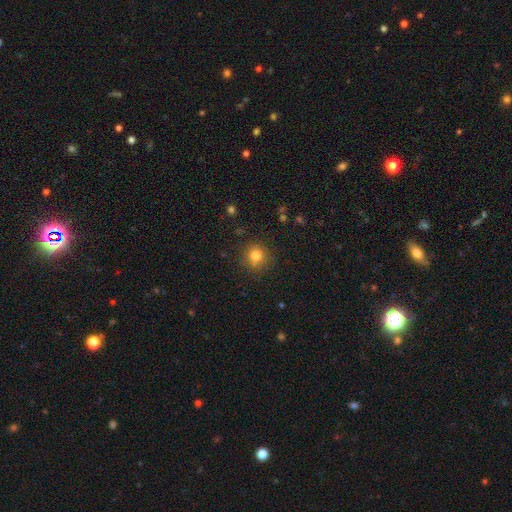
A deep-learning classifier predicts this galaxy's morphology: smooth 79%, star or artifact 14%, featured or disk 7%. Down the decision tree: how rounded — round (91%); merging — none (85%).